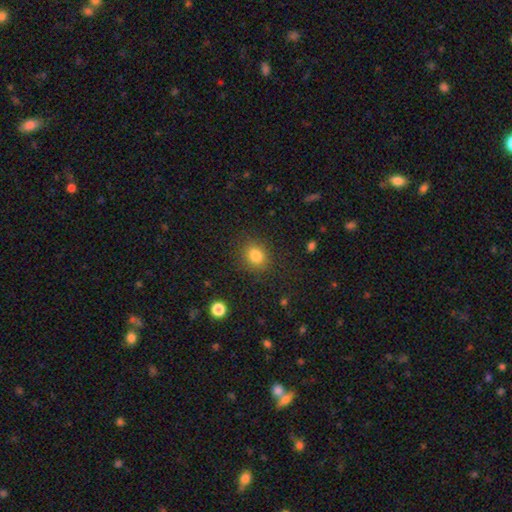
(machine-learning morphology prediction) The model was most divided on "how rounded": round: 67%, in between: 32%, cigar-shaped: 1%. More confident: merging — none (86%); smooth or featured — smooth (83%).